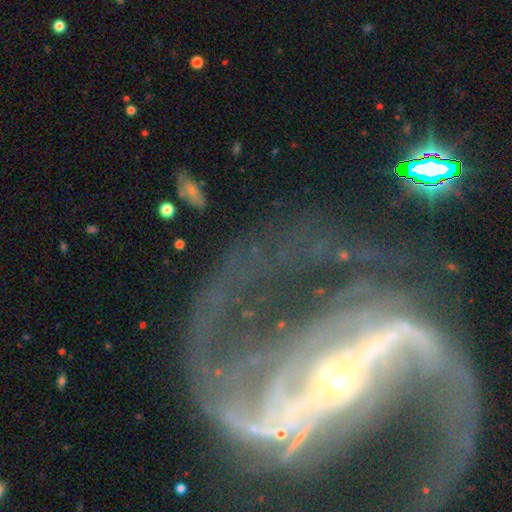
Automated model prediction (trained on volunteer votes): A featured or disk galaxy (87%) with a strong bar (62%), 2 (64%) loose (40%) spiral arms (92%) and a small central bulge (70%). Merging: none (46%).